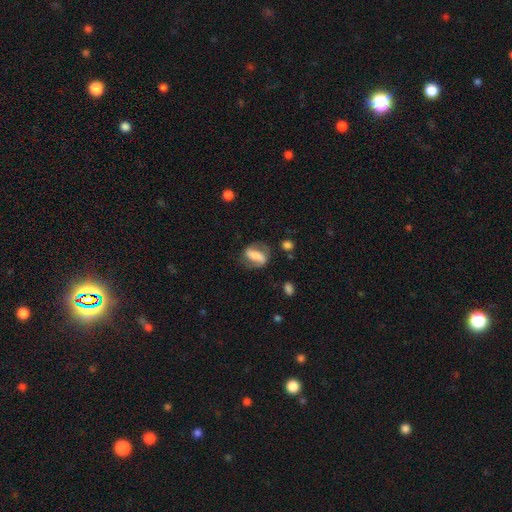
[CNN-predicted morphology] Smooth or featured?
  - featured or disk: 56% *
  - smooth: 36%
  - star or artifact: 8%
Edge-on disk?
  - no: 93% *
  - yes: 7%
Bar?
  - strong: 58% *
  - weak: 24%
  - no: 18%
Spiral arms?
  - yes: 80% *
  - no: 20%
Bulge size?
  - none: 27% *
  - moderate: 23%
  - large: 22%
  - small: 21%
  - dominant: 6%
Merging?
  - none: 67% *
  - minor disturbance: 19%
  - major disturbance: 11%
  - merger: 3%